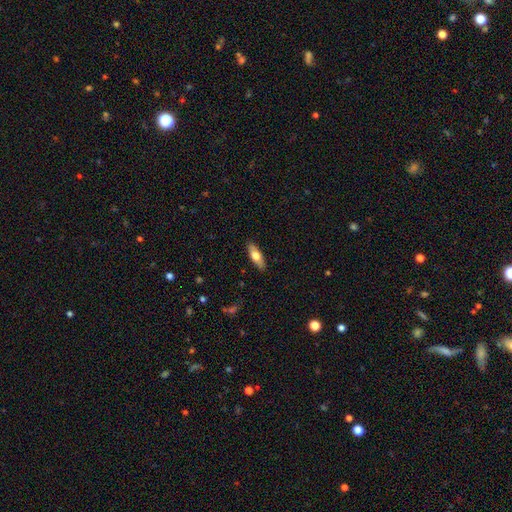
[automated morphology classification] Smooth or featured: smooth — 64% (featured or disk — 30%)
How rounded: in between — 58% (cigar-shaped — 40%)
Merging: none — 89% (minor disturbance — 9%)